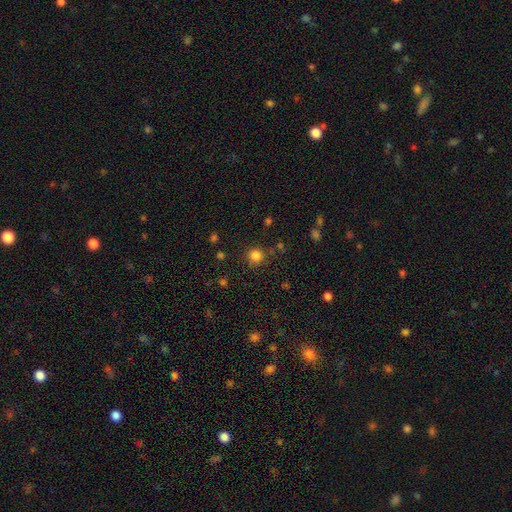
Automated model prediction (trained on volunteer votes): Smooth or featured? smooth (82%)
How rounded? round (93%)
Merging? none (84%)